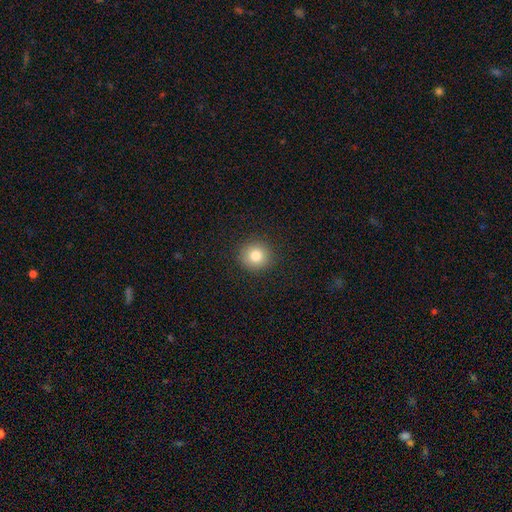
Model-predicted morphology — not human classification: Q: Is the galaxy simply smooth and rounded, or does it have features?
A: smooth — 81%.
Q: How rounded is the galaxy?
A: round — 92%.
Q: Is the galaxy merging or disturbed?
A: none — 91%.